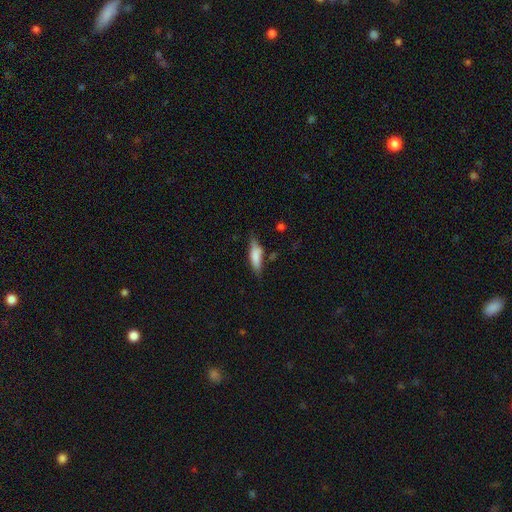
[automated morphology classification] smooth-or-featured: smooth: 75% | featured or disk: 18% | star or artifact: 7%
  how-rounded: cigar-shaped: 52% | in between: 46% | round: 2%
  merging: none: 66% | minor disturbance: 23% | major disturbance: 6% | merger: 5%